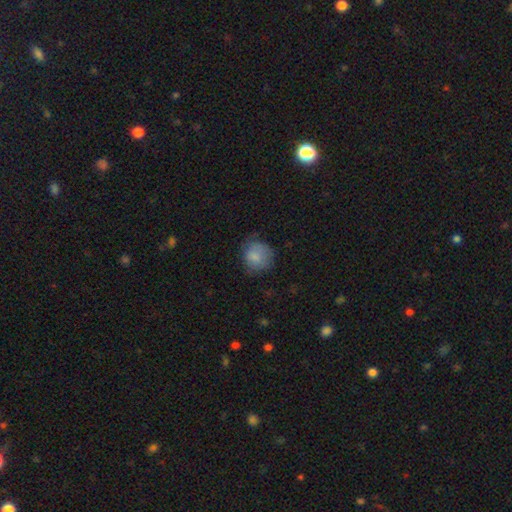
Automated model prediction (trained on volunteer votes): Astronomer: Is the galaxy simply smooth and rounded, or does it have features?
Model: smooth — 83%.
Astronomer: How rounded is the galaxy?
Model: round — 83%.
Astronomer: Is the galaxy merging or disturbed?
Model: none — 68%.